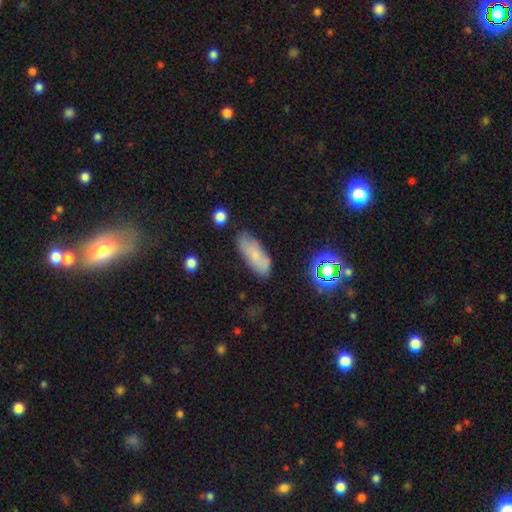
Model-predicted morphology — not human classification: type=smooth (69%); roundness=in between (74%); merging=none (71%).